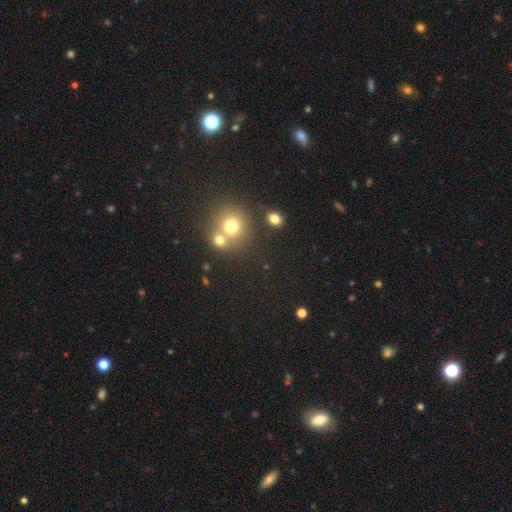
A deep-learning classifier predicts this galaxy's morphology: smooth 47%, star or artifact 44%, featured or disk 9%. Down the decision tree: merging — none (67%).